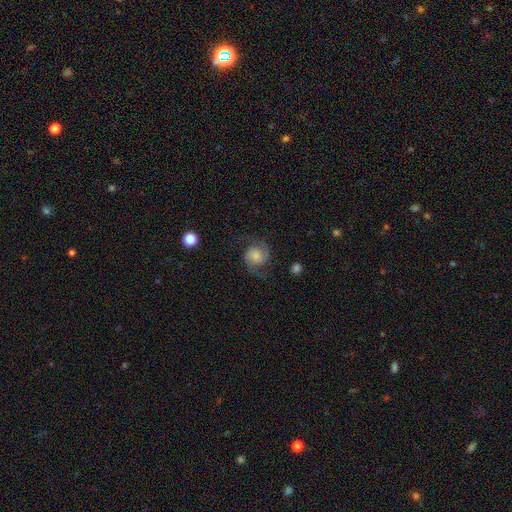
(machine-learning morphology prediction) Smooth or featured: featured or disk — 73% (smooth — 18%)
Edge-on disk: no — 98% (yes — 2%)
Bar: no — 68% (weak — 27%)
Spiral arms: yes — 96% (no — 4%)
Spiral winding: medium — 48% (loose — 36%)
Spiral arm count: 2 — 93% (can't tell — 2%)
Bulge size: moderate — 28% (small — 26%)
Merging: none — 75% (minor disturbance — 14%)